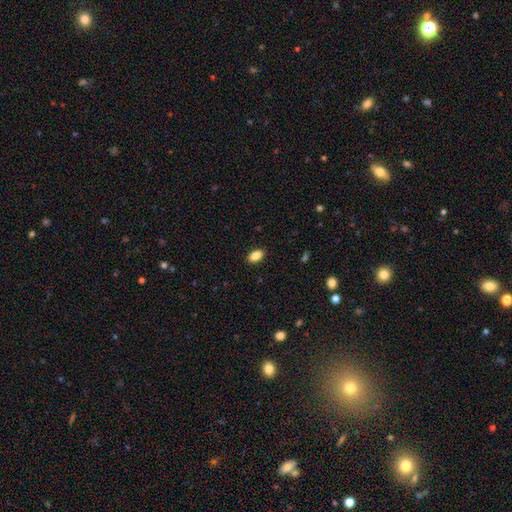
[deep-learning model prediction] Morphology: type=smooth (85%); roundness=in between (90%); merging=none (89%).